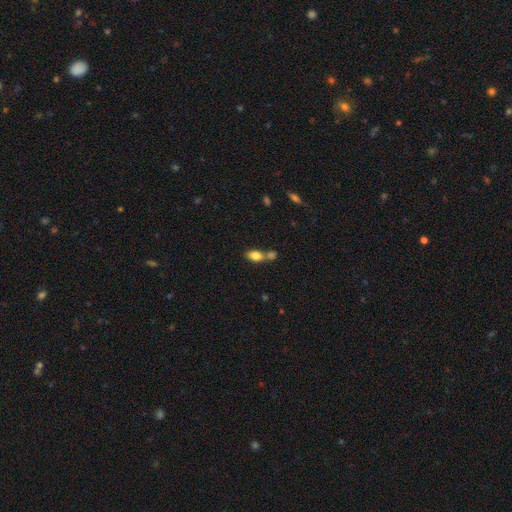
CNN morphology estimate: Smooth or featured?
  - smooth: 81% *
  - featured or disk: 10%
  - star or artifact: 9%
How rounded?
  - in between: 85% *
  - round: 12%
  - cigar-shaped: 3%
Merging?
  - merger: 45% *
  - none: 41%
  - minor disturbance: 11%
  - major disturbance: 4%